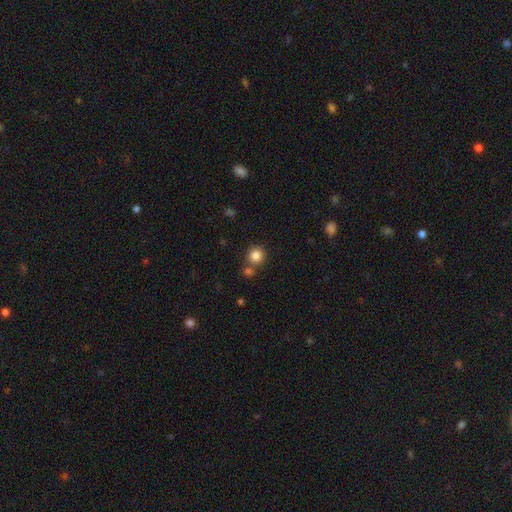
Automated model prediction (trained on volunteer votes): The model was most divided on "merging": none: 71%, merger: 18%, minor disturbance: 8%, major disturbance: 3%. More confident: how rounded — round (92%); smooth or featured — smooth (84%).